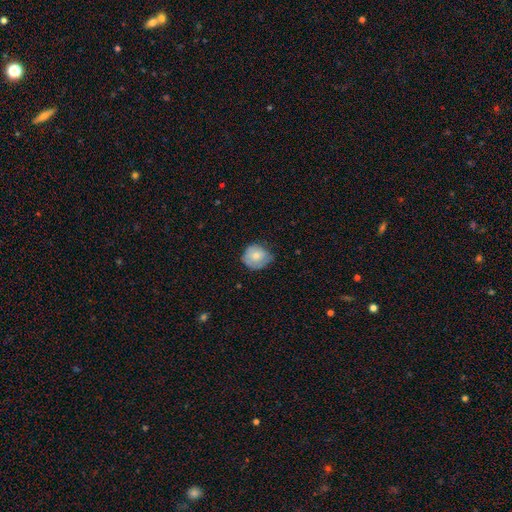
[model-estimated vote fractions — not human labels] Morphology: type=smooth (69%); roundness=round (76%); merging=none (54%).